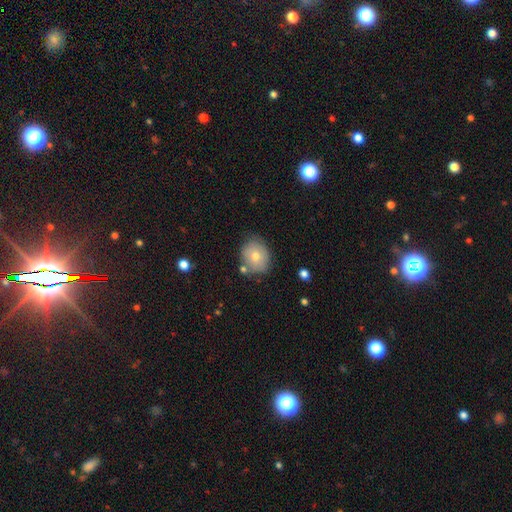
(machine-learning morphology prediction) Smooth or featured?
  - smooth: 71% *
  - featured or disk: 20%
  - star or artifact: 8%
How rounded?
  - round: 68% *
  - in between: 31%
  - cigar-shaped: 1%
Merging?
  - none: 71% *
  - minor disturbance: 18%
  - merger: 6%
  - major disturbance: 4%